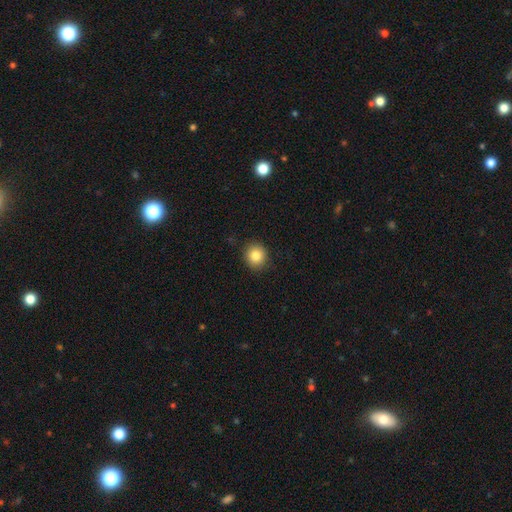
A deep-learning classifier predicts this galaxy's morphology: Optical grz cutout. It shows a smooth galaxy with no disk features (84%) that is round (88%). Merging: none (89%).